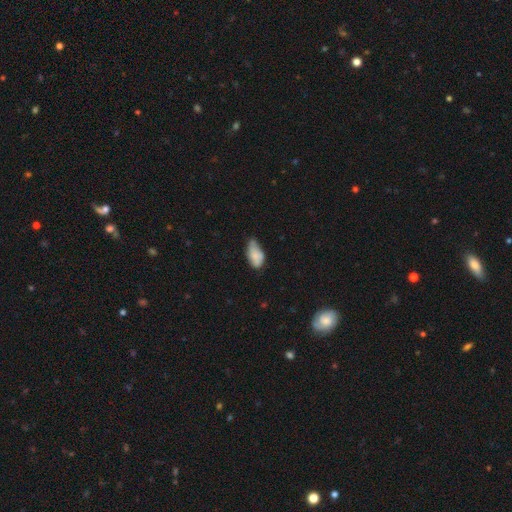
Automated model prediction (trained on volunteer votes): The model was most divided on "merging": minor disturbance: 46%, none: 36%, major disturbance: 13%, merger: 5%. More confident: how rounded — in between (92%); smooth or featured — smooth (74%).